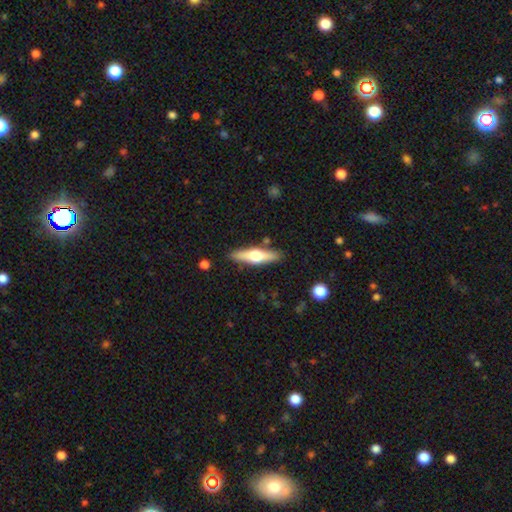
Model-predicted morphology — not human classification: A featured or disk galaxy (56%) viewed edge-on (93%) with a rounded central bulge (95%).

Vote fractions:
- Smooth or featured? featured or disk: 56% / smooth: 38% / star or artifact: 5%
- Edge-on disk? yes: 93% / no: 7%
- Edge-on bulge? rounded: 95% / boxy: 3% / none: 2%
- Merging? none: 87% / minor disturbance: 9% / merger: 2% / major disturbance: 2%